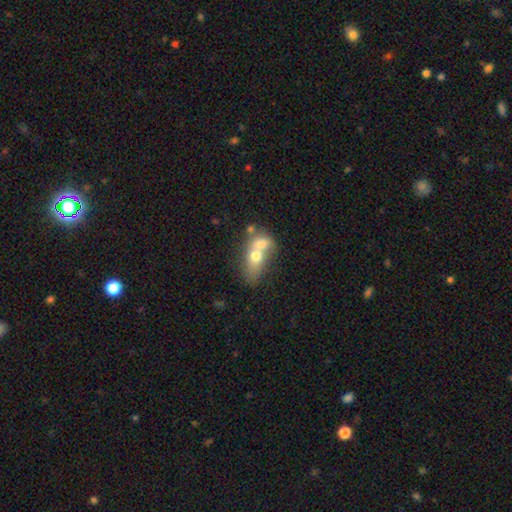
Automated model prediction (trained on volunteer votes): A smooth galaxy with no disk features (64%) that is in between round and cigar-shaped (68%).

Vote fractions:
- Smooth or featured? smooth: 64% / featured or disk: 27% / star or artifact: 9%
- How rounded? in between: 68% / round: 27% / cigar-shaped: 5%
- Merging? merger: 75% / none: 13% / minor disturbance: 6% / major disturbance: 5%